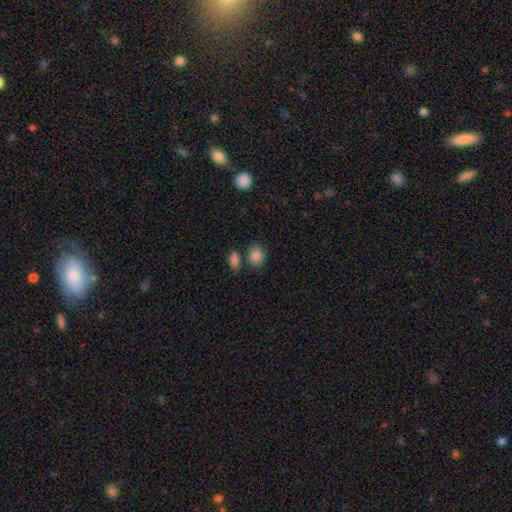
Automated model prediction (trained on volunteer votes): smooth 85%, star or artifact 9%, featured or disk 5%. Down the decision tree: how rounded — round (50%); merging — none (67%).